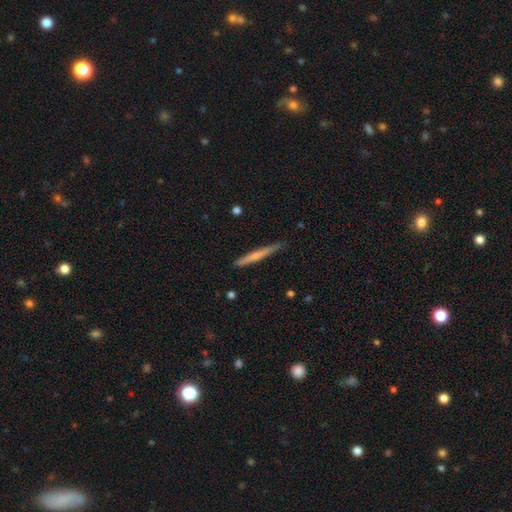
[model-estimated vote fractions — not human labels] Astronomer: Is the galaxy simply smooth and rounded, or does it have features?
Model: smooth — 54% (runner-up: featured or disk, 41%).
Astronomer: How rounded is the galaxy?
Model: cigar-shaped — 96%.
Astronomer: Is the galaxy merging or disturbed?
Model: none — 86%.